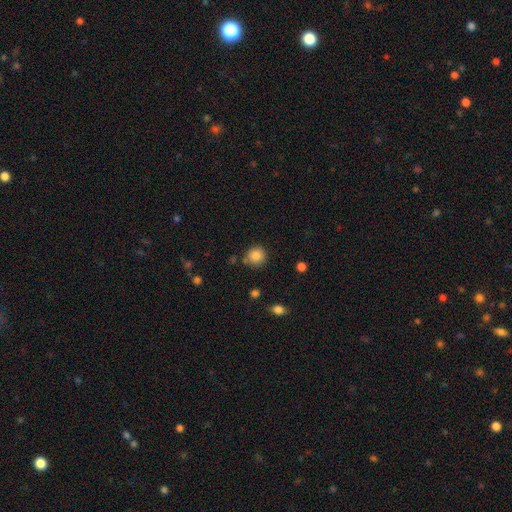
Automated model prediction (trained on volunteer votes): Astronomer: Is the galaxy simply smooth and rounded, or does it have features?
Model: smooth — 85%.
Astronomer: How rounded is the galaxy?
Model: round — 91%.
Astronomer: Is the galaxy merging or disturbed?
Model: none — 81%.